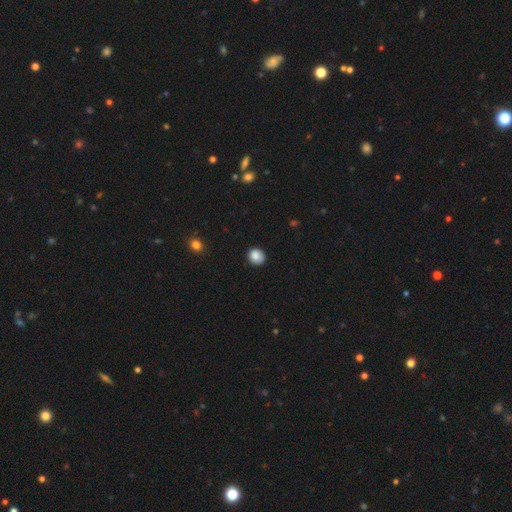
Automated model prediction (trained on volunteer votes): A smooth galaxy with no disk features (86%) that is round (84%).

Vote fractions:
- Smooth or featured? smooth: 86% / star or artifact: 9% / featured or disk: 5%
- How rounded? round: 84% / in between: 15% / cigar-shaped: 1%
- Merging? none: 85% / minor disturbance: 11% / major disturbance: 2% / merger: 1%